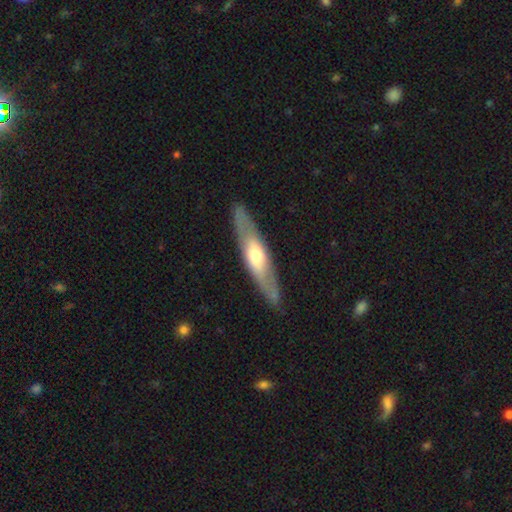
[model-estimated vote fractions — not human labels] A featured or disk galaxy (58%) viewed edge-on (66%). Merging: none (86%).